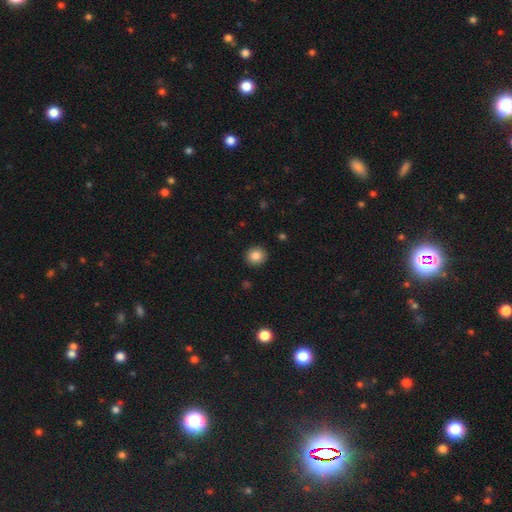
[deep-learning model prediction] smooth_or_featured: smooth (p=0.85) [alt: star or artifact p=0.10]
how_rounded: round (p=0.86) [alt: in between p=0.13]
merging: none (p=0.92) [alt: minor disturbance p=0.06]